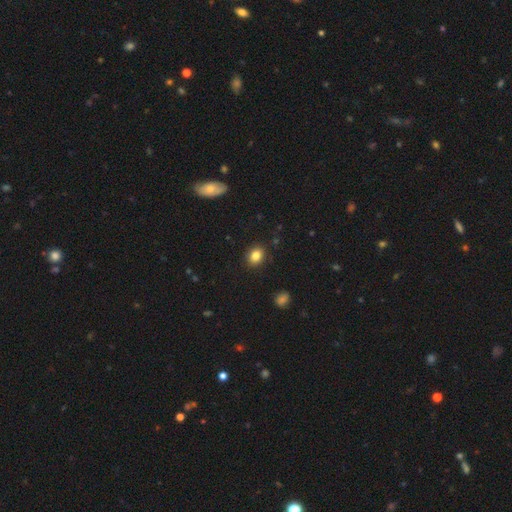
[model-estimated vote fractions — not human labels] smooth 84%, star or artifact 10%, featured or disk 6%. Down the decision tree: how rounded — round (50%); merging — none (88%).